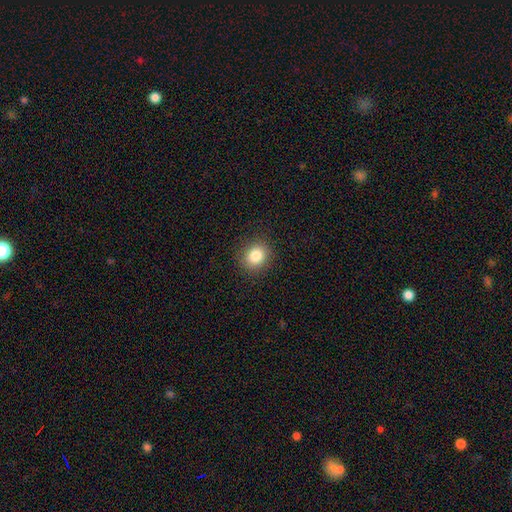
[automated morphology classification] Smooth or featured?
  - smooth: 83% *
  - star or artifact: 10%
  - featured or disk: 6%
How rounded?
  - round: 72% *
  - in between: 27%
  - cigar-shaped: 1%
Merging?
  - none: 89% *
  - minor disturbance: 7%
  - major disturbance: 2%
  - merger: 1%